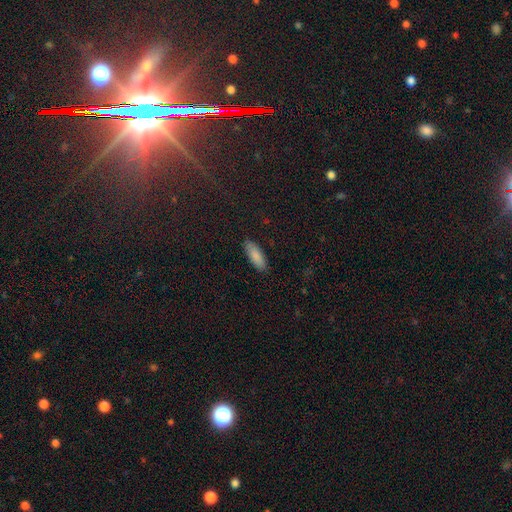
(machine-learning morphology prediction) Q: Smooth or featured?
A: smooth (87%); runner-up: featured or disk (7%)
Q: How rounded?
A: in between (69%); runner-up: cigar-shaped (29%)
Q: Merging?
A: none (88%); runner-up: minor disturbance (9%)